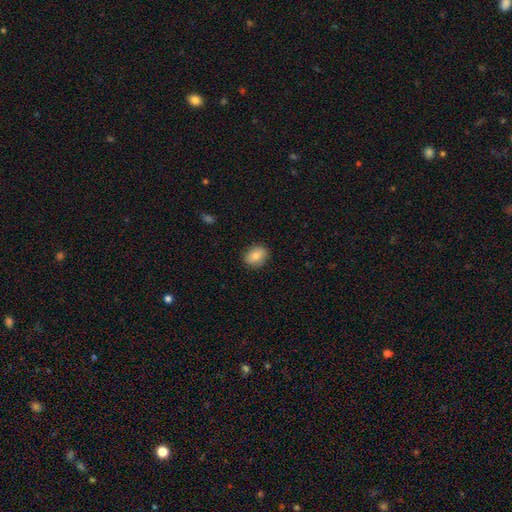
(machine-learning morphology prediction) This appears to be a smooth galaxy with no disk features (81%) that is in between round and cigar-shaped (65%). Merging: none (87%).